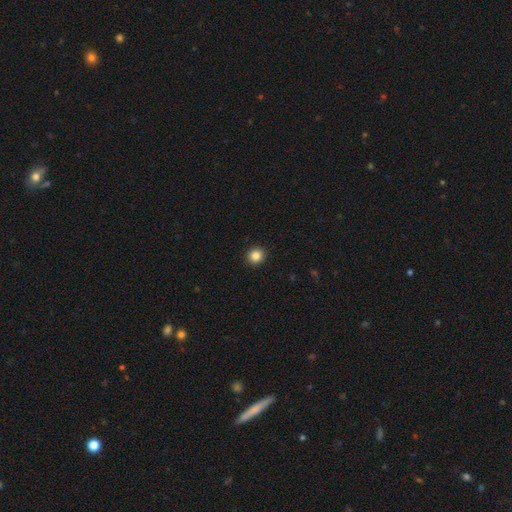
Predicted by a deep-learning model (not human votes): smooth-or-featured: smooth: 85% | star or artifact: 11% | featured or disk: 4%
  how-rounded: round: 89% | in between: 10% | cigar-shaped: 1%
  merging: none: 93% | minor disturbance: 5% | major disturbance: 2% | merger: 1%